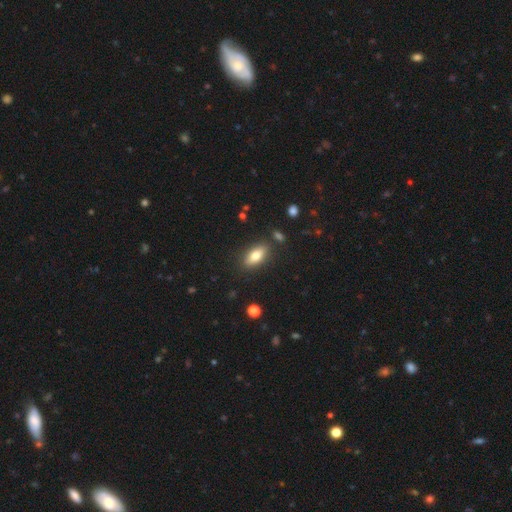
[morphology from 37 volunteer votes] Smooth or featured? 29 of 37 (78%) said smooth. How rounded? 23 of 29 (79%) said in between. Merging? 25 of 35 (71%) said none.